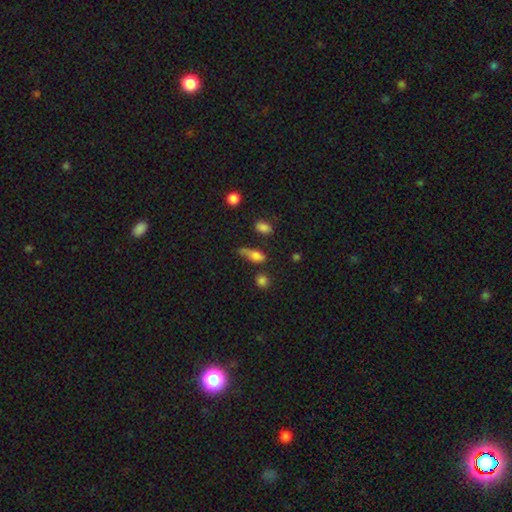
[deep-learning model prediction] Smooth or featured? Predicted: smooth (p=0.74). How rounded? Predicted: in between (p=0.64). Merging? Predicted: none (p=0.39).